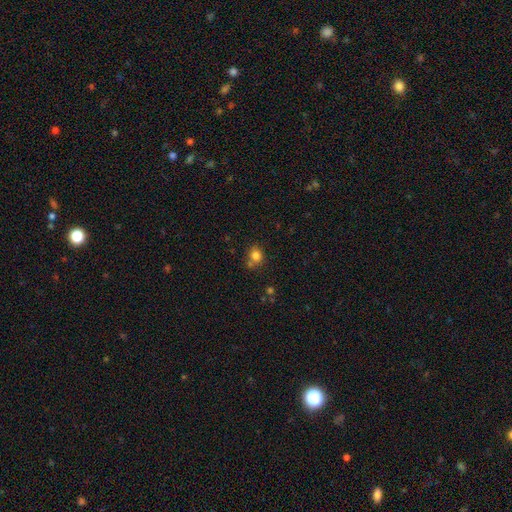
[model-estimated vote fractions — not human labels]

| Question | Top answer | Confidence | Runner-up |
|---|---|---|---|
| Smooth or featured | smooth | 81% | star or artifact (12%) |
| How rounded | round | 75% | in between (24%) |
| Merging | none | 64% | merger (16%) |